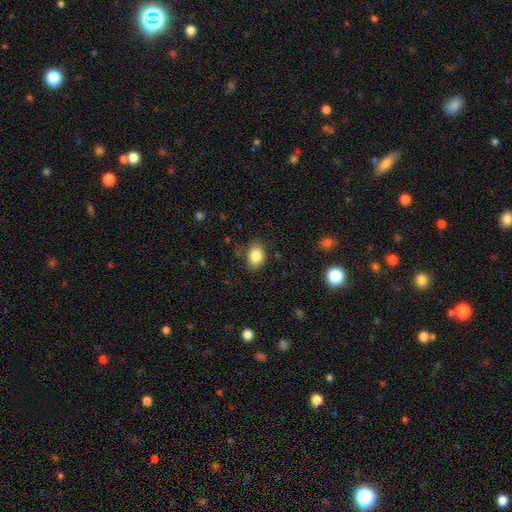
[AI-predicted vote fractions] A smooth galaxy with no disk features (84%) that is in between round and cigar-shaped (78%). Merging: none (79%).